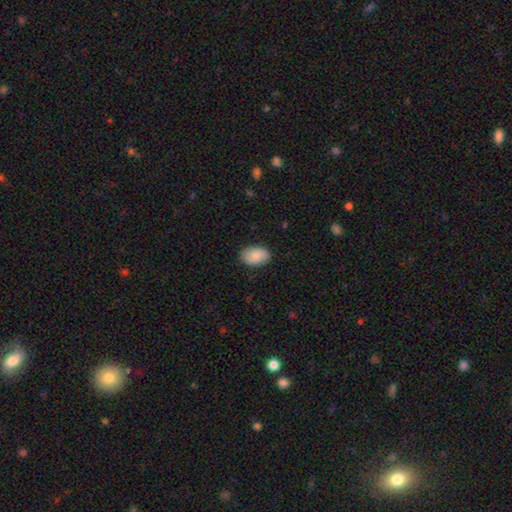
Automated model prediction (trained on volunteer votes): A smooth galaxy with no disk features (84%) that is in between round and cigar-shaped (88%).

Vote fractions:
- Smooth or featured? smooth: 84% / featured or disk: 9% / star or artifact: 6%
- How rounded? in between: 88% / round: 11% / cigar-shaped: 1%
- Merging? none: 85% / minor disturbance: 12% / major disturbance: 2% / merger: 1%